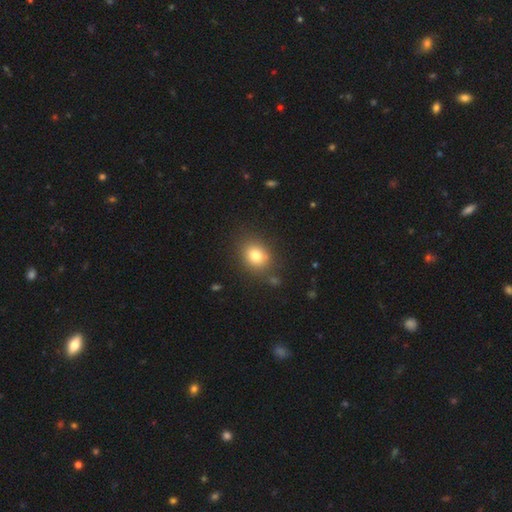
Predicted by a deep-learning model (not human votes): Morphology: type=smooth (79%); roundness=round (57%); merging=none (81%).